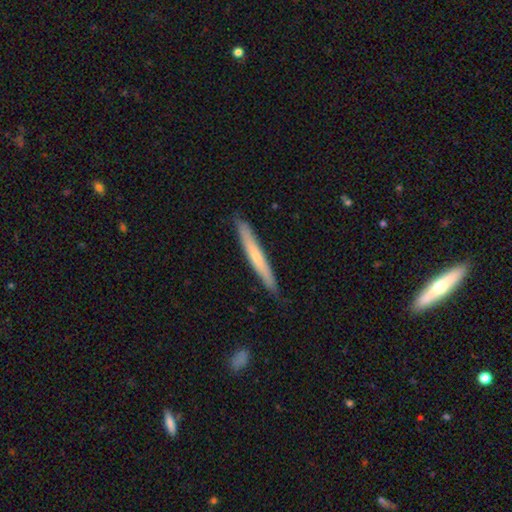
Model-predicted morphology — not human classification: smooth 53%, featured or disk 42%, star or artifact 5%. Down the decision tree: how rounded — cigar-shaped (96%); merging — none (87%).